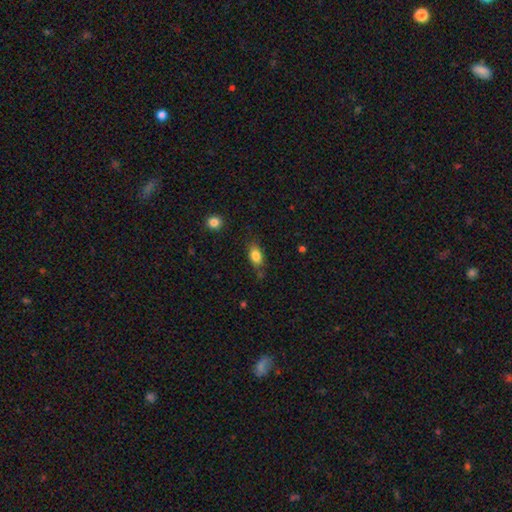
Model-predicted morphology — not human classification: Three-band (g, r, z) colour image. It shows a smooth galaxy with no disk features (83%) that is in between round and cigar-shaped (84%). Merging: none (74%).